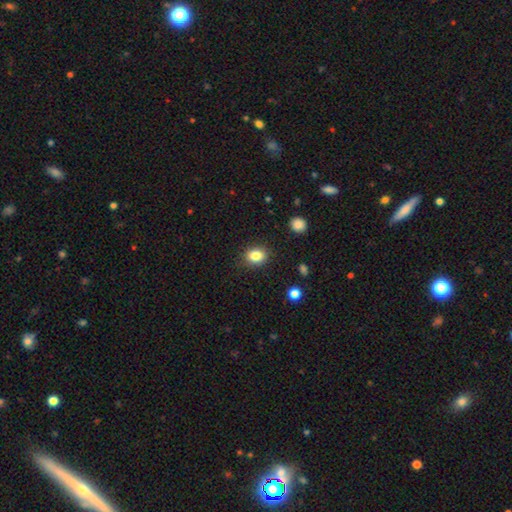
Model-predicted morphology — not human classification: A smooth galaxy with no disk features (85%) that is in between round and cigar-shaped (59%).

Vote fractions:
- Smooth or featured? smooth: 85% / star or artifact: 10% / featured or disk: 6%
- How rounded? in between: 59% / round: 40% / cigar-shaped: 1%
- Merging? none: 86% / minor disturbance: 10% / major disturbance: 3% / merger: 1%